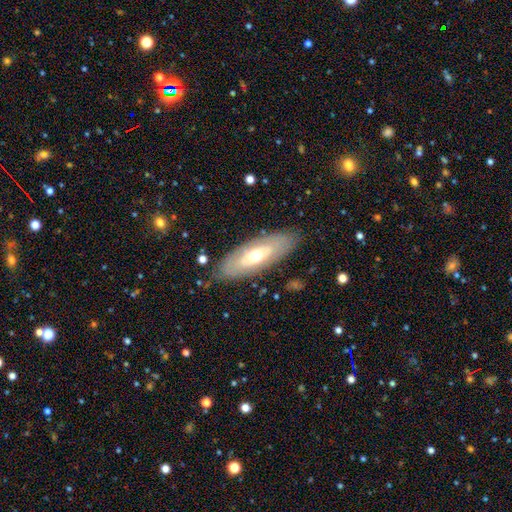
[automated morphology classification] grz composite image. It shows a featured or disk galaxy (54%). Merging: none (82%).